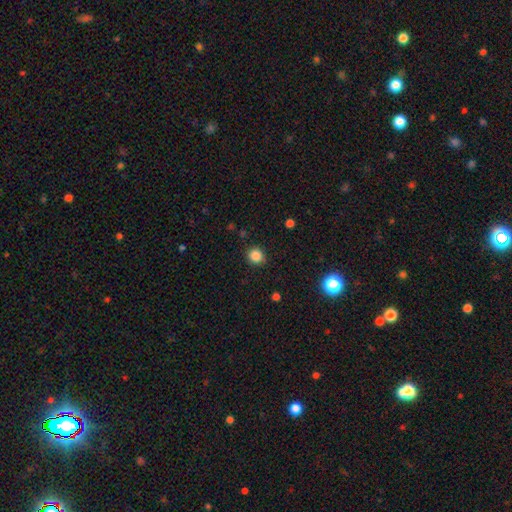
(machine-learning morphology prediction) Smooth or featured? smooth (85%)
How rounded? round (85%)
Merging? none (88%)